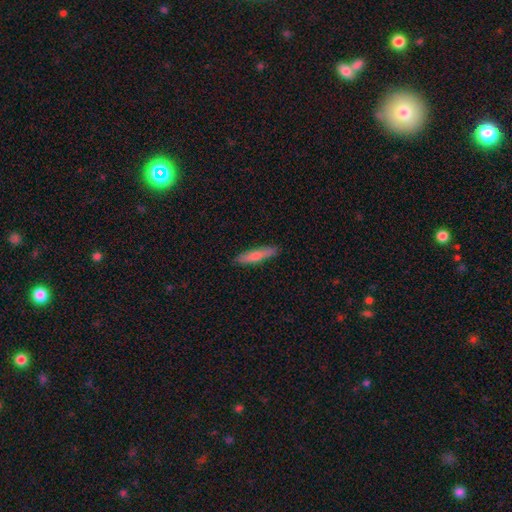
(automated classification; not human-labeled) The model was most divided on "smooth or featured": smooth: 71%, featured or disk: 23%, star or artifact: 6%. More confident: merging — none (88%); how rounded — cigar-shaped (86%).